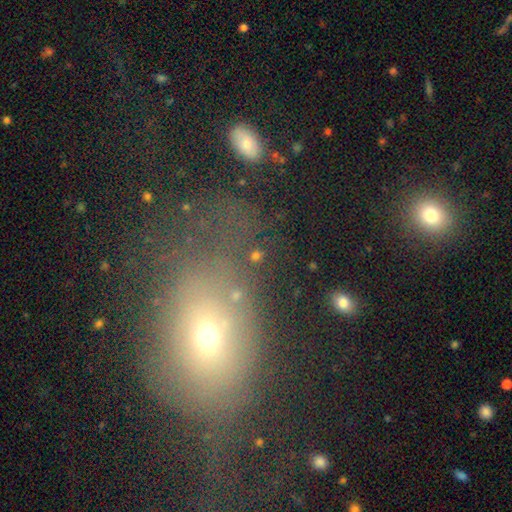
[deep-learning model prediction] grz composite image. It shows a smooth galaxy with no disk features (55%) that is in between round and cigar-shaped (63%). Merging: none (50%).